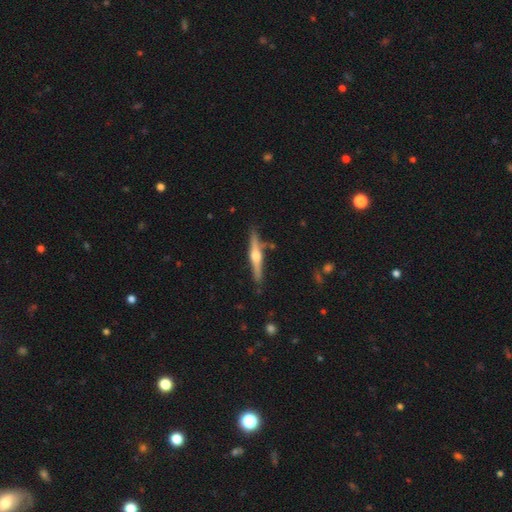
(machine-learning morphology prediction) This is likely a featured or disk galaxy (74%). It is clearly viewed edge-on (98%). Edge-on bulge: clearly rounded (94%). Merging: clearly none (84%).